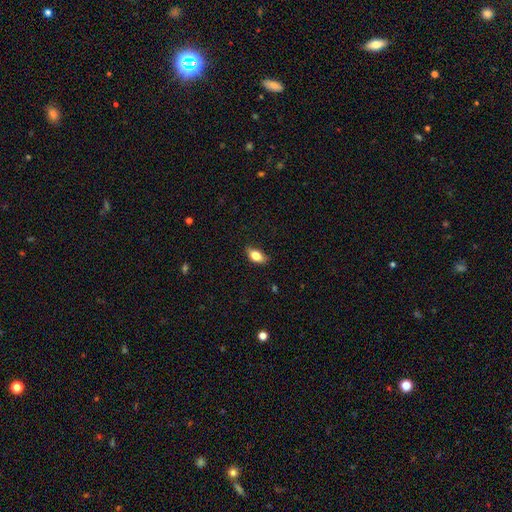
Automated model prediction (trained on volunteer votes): Smooth or featured? smooth (78%)
How rounded? in between (86%)
Merging? none (77%)